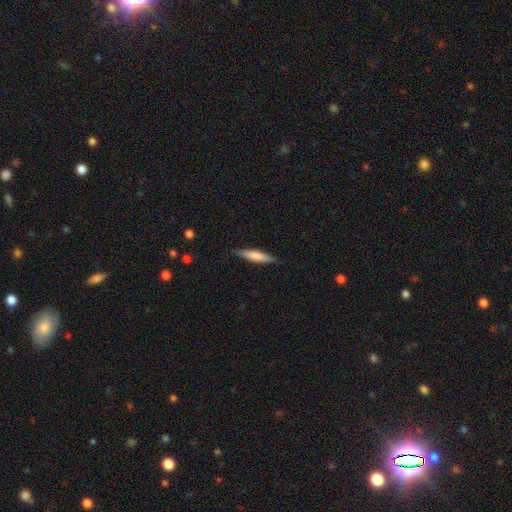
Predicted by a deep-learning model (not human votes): smooth-or-featured: smooth: 66% | featured or disk: 28% | star or artifact: 6%
  how-rounded: cigar-shaped: 81% | in between: 17% | round: 1%
  merging: none: 84% | minor disturbance: 13% | major disturbance: 2% | merger: 1%